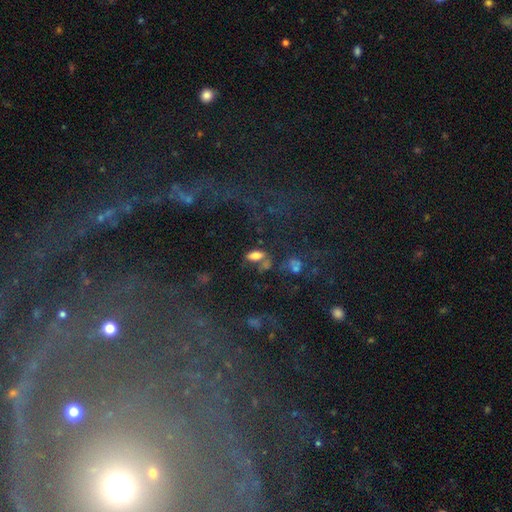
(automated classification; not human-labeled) This is likely a smooth galaxy (73%). How rounded: clearly in between (83%). Merging: likely none (64%).